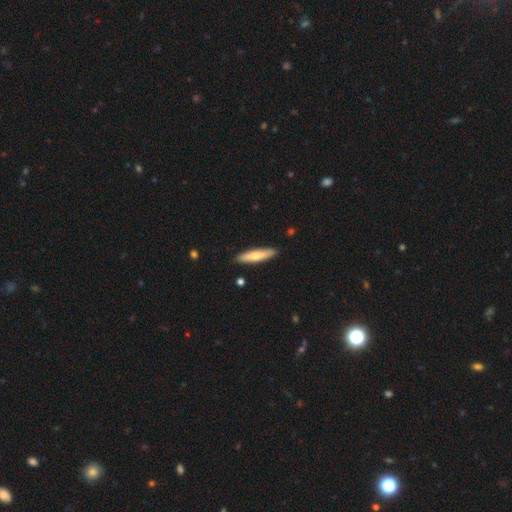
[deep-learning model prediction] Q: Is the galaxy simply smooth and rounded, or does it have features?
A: smooth — 63%.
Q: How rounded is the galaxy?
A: cigar-shaped — 82%.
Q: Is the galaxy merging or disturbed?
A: none — 90%.